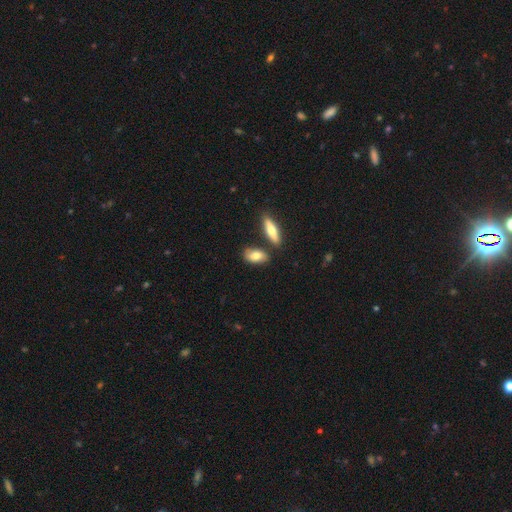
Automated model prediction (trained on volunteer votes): Smooth or featured: smooth — 78% (featured or disk — 15%)
How rounded: in between — 83% (cigar-shaped — 12%)
Merging: none — 69% (minor disturbance — 15%)